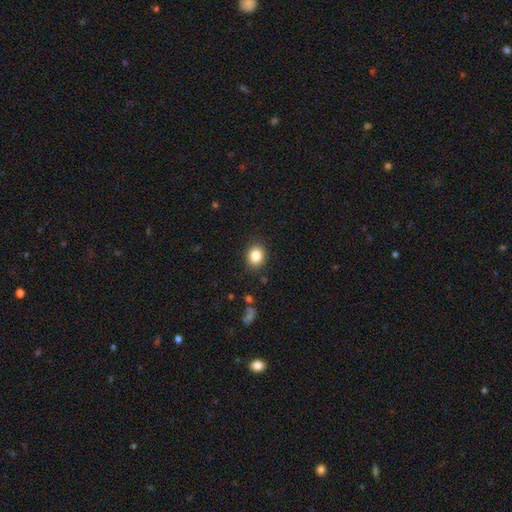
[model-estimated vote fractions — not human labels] This is clearly a smooth galaxy (84%). How rounded: possibly round (60%). Merging: clearly none (88%).